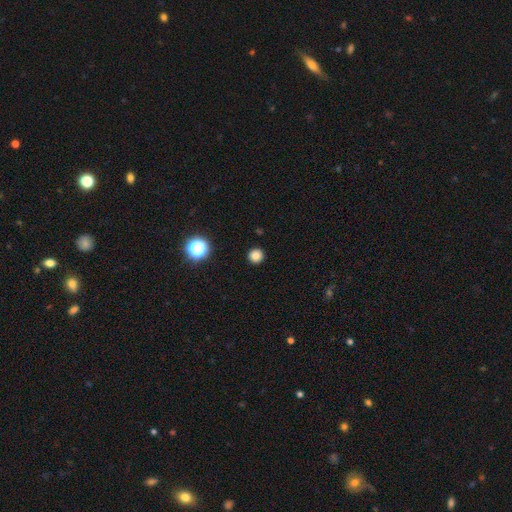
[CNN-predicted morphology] This is clearly a smooth galaxy (82%). How rounded: clearly round (95%). Merging: clearly none (93%).